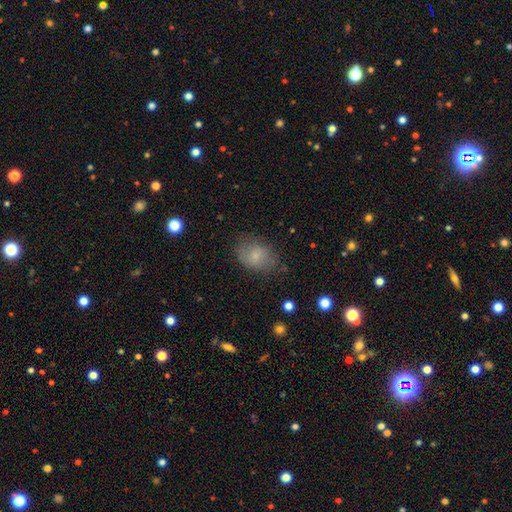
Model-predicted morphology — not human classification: A smooth galaxy with no disk features (73%) that is in between round and cigar-shaped (76%).

Vote fractions:
- Smooth or featured? smooth: 73% / featured or disk: 18% / star or artifact: 9%
- How rounded? in between: 76% / round: 23% / cigar-shaped: 1%
- Merging? none: 72% / minor disturbance: 20% / major disturbance: 7% / merger: 1%